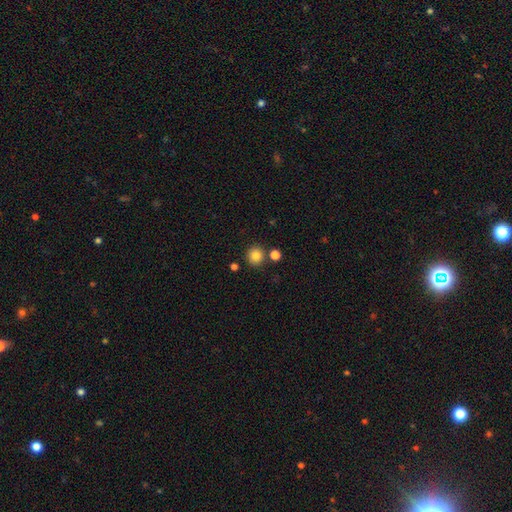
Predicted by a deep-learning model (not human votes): The model was most divided on "smooth or featured": smooth: 83%, star or artifact: 12%, featured or disk: 5%. More confident: how rounded — round (91%); merging — none (83%).